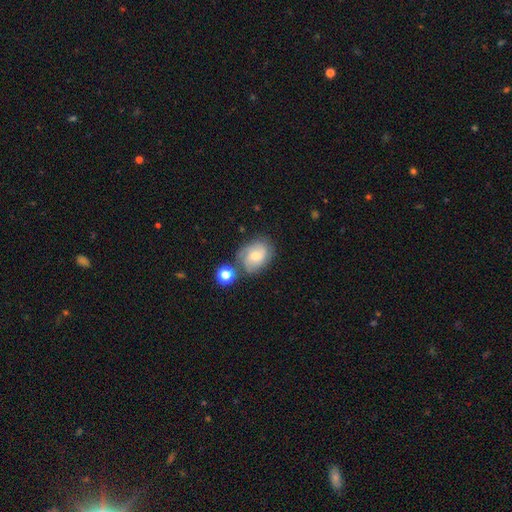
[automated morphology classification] type=featured or disk (53%); edge-on=no (96%); bar=no (63%); spiral arms=yes (86%); bulge=moderate (52%); merging=none (60%).